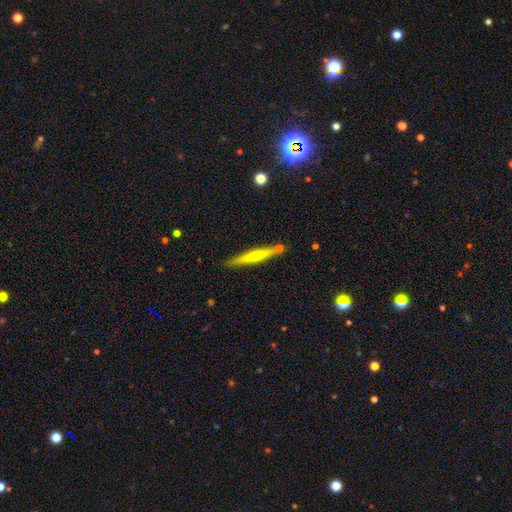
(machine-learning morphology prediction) type=smooth (48%); merging=none (82%).